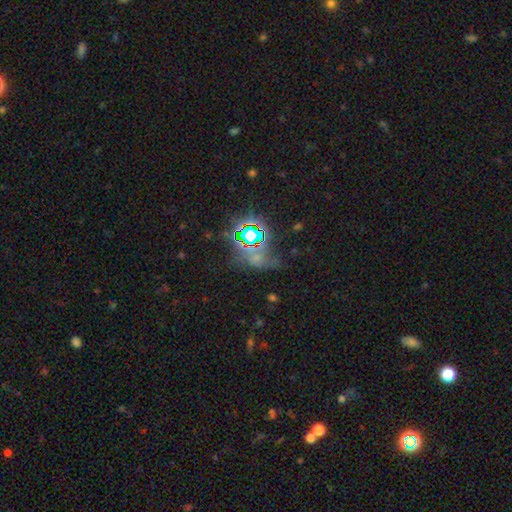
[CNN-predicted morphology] Smooth or featured?
  - star or artifact: 68% *
  - smooth: 22%
  - featured or disk: 11%